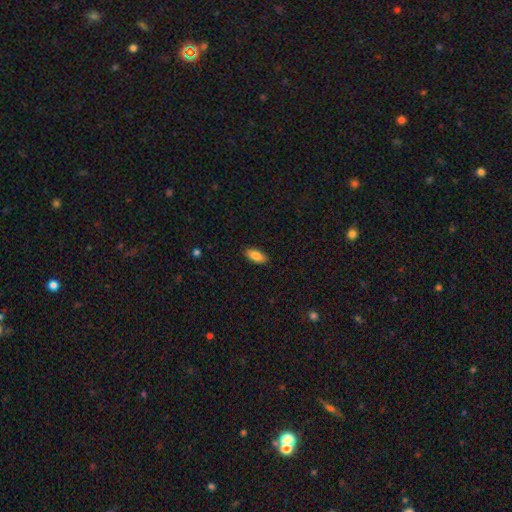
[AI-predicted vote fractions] A smooth galaxy with no disk features (84%) that is in between round and cigar-shaped (88%). Merging: none (88%).